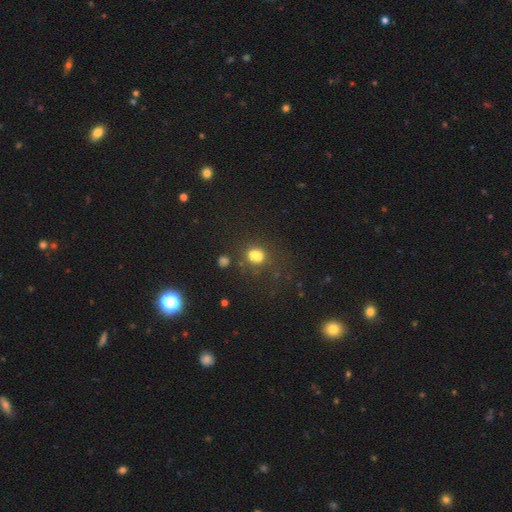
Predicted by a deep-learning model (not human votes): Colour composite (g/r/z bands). It shows a smooth galaxy with no disk features (65%) that is round (60%). Merging: none (41%).